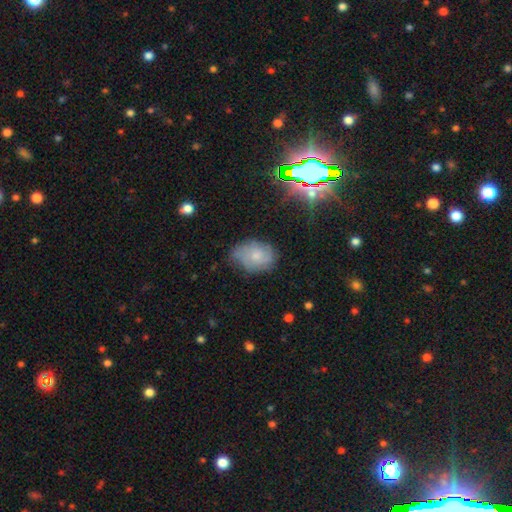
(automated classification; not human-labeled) Smooth or featured? smooth (54%)
How rounded? in between (77%)
Merging? none (58%)